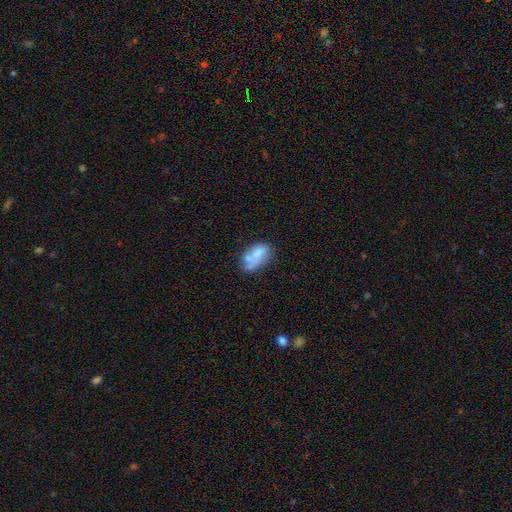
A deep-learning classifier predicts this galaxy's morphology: Overall: smooth (68%). How rounded: in between (91%). Merging: none (41%; minor disturbance 28%).